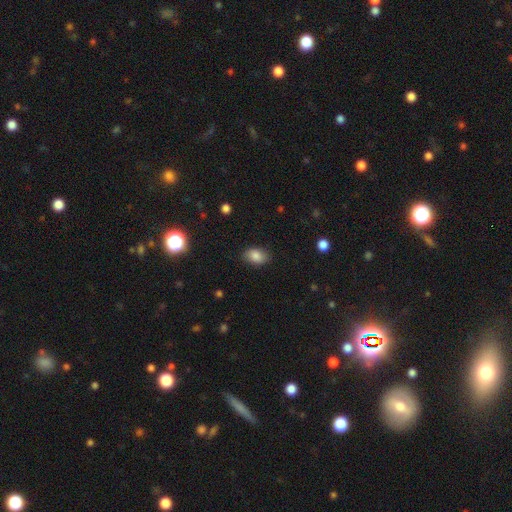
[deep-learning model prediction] This appears to be a smooth galaxy with no disk features (85%) that is in between round and cigar-shaped (85%). Merging: none (84%).